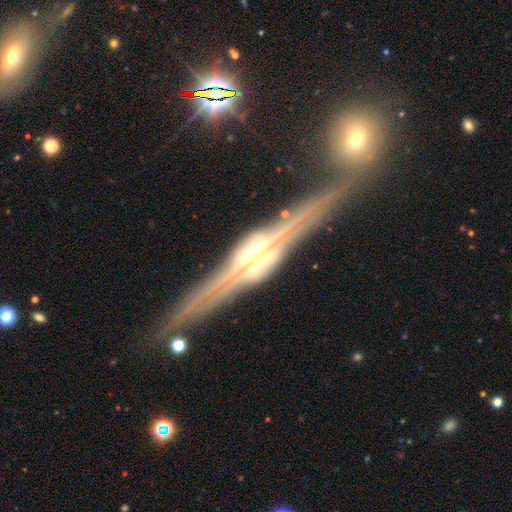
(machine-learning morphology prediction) smooth-or-featured: featured or disk: 89% | smooth: 5% | star or artifact: 5%
  disk-edge-on: yes: 96% | no: 4%
    edge-on-bulge: rounded: 86% | boxy: 9% | none: 5%
  merging: none: 85% | minor disturbance: 10% | major disturbance: 3% | merger: 2%